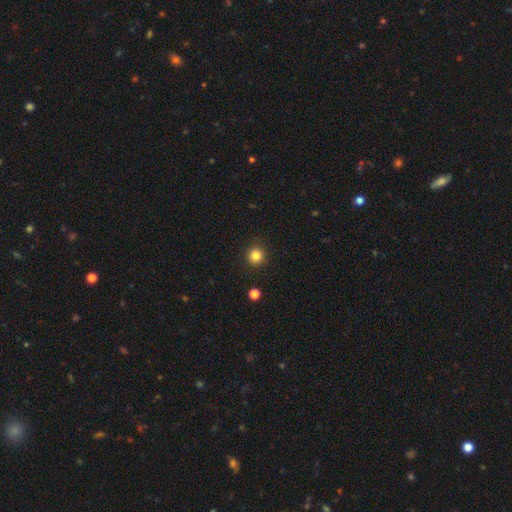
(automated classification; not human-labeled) Smooth or featured?
  - smooth: 83% *
  - star or artifact: 12%
  - featured or disk: 5%
How rounded?
  - round: 94% *
  - in between: 5%
  - cigar-shaped: 1%
Merging?
  - none: 91% *
  - minor disturbance: 5%
  - major disturbance: 2%
  - merger: 1%